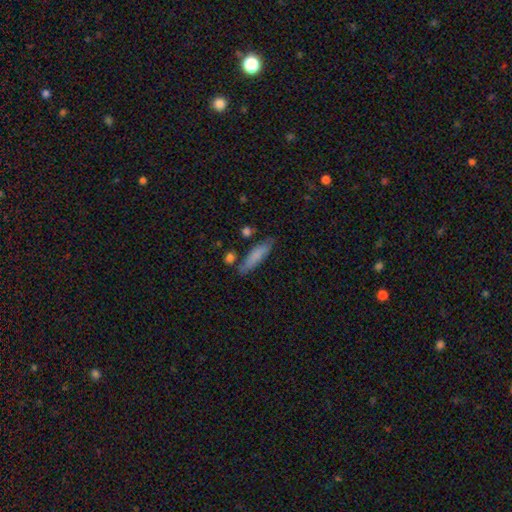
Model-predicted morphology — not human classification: The model was most divided on "how rounded": cigar-shaped: 70%, in between: 28%, round: 2%. More confident: smooth or featured — smooth (78%); merging — none (73%).